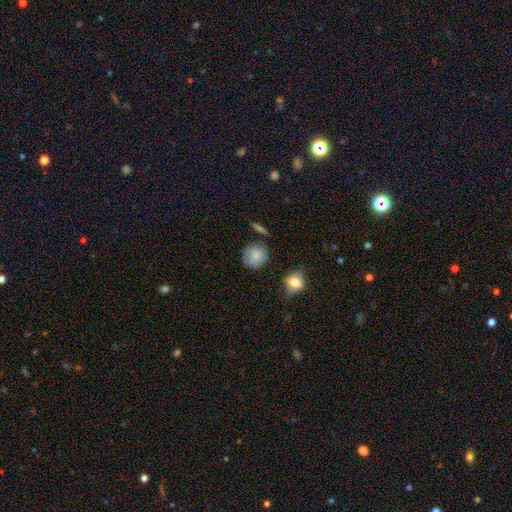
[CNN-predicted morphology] Smooth or featured: smooth — 84% (star or artifact — 8%)
How rounded: round — 90% (in between — 9%)
Merging: none — 78% (minor disturbance — 15%)